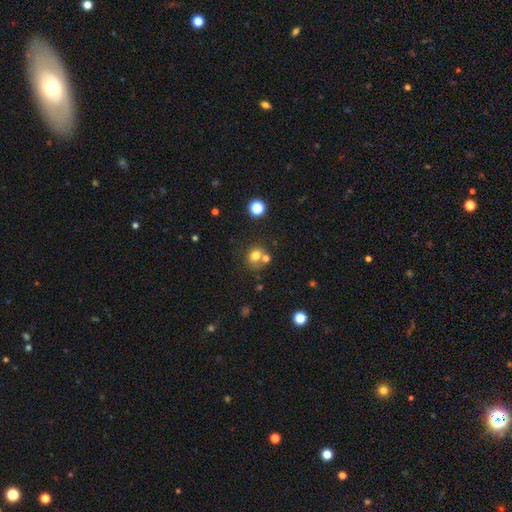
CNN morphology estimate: smooth_or_featured: smooth (p=0.74) [alt: star or artifact p=0.15]
how_rounded: round (p=0.78) [alt: in between p=0.21]
merging: none (p=0.58) [alt: merger p=0.27]